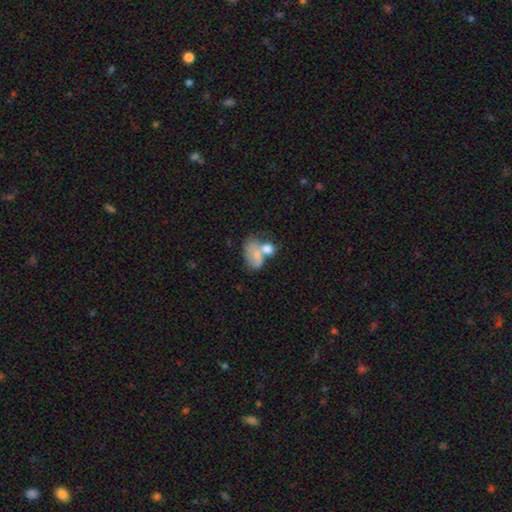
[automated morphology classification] smooth-or-featured: smooth: 66% | featured or disk: 25% | star or artifact: 9%
  how-rounded: in between: 82% | round: 17% | cigar-shaped: 2%
  merging: merger: 56% | none: 18% | major disturbance: 14% | minor disturbance: 12%